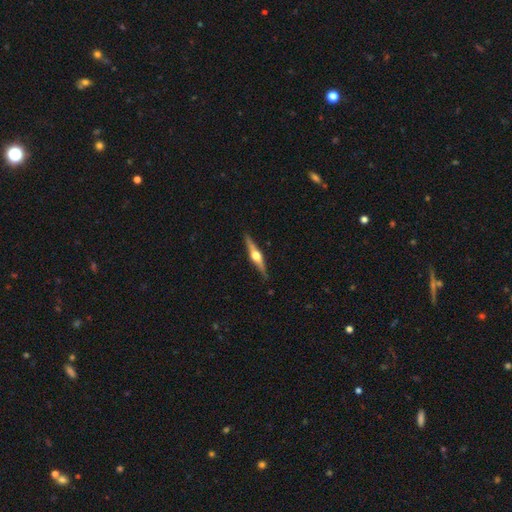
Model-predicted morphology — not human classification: type=featured or disk (76%); edge-on=yes (98%); edge-on bulge=rounded (95%); merging=none (89%).